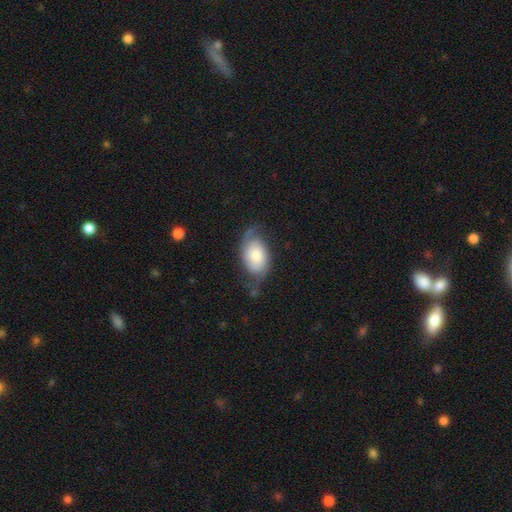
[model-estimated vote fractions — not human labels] Overall: featured or disk (55%; smooth 38%). Edge-on disk: no (95%). Bar: no (76%). Spiral arms: yes (87%). Bulge size: moderate (34%; small 33%). Merging: none (55%; minor disturbance 27%).